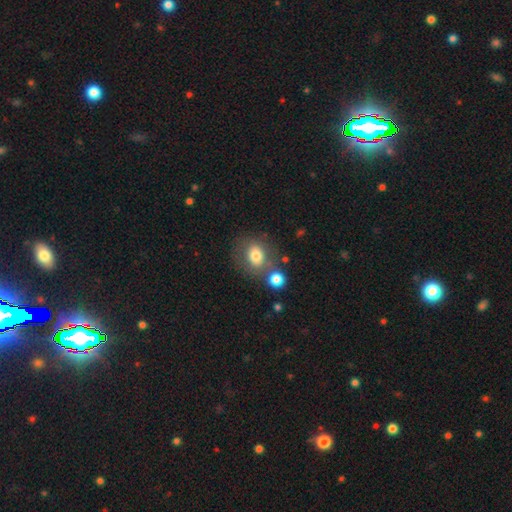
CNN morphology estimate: The model was most divided on "how rounded": round: 58%, in between: 41%, cigar-shaped: 1%. More confident: smooth or featured — smooth (76%); merging — none (57%).